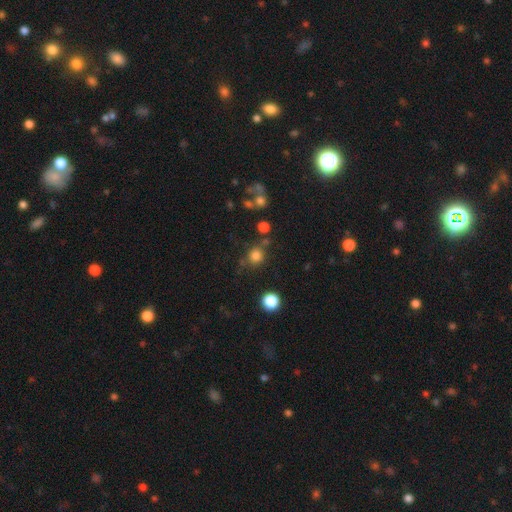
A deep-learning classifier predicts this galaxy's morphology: Smooth or featured: smooth — 79% (star or artifact — 15%)
How rounded: round — 87% (in between — 12%)
Merging: none — 73% (minor disturbance — 12%)